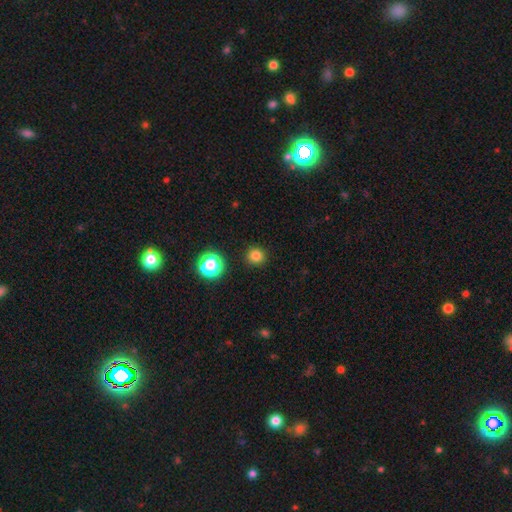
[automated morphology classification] Smooth or featured?
  - smooth: 81% *
  - star or artifact: 15%
  - featured or disk: 4%
How rounded?
  - round: 93% *
  - in between: 6%
  - cigar-shaped: 1%
Merging?
  - none: 91% *
  - minor disturbance: 5%
  - major disturbance: 2%
  - merger: 2%